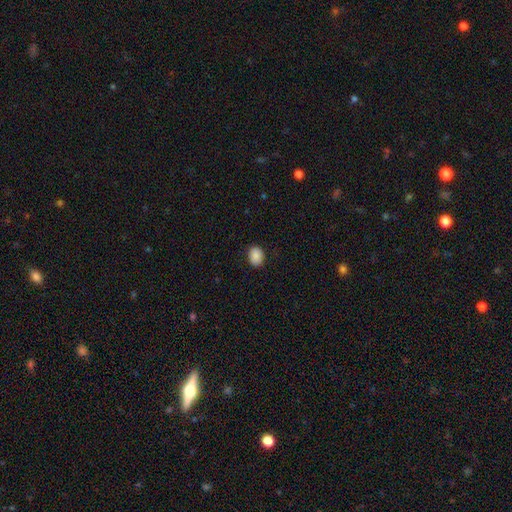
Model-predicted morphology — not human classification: smooth 89%, star or artifact 8%, featured or disk 3%. Down the decision tree: how rounded — in between (63%); merging — none (88%).